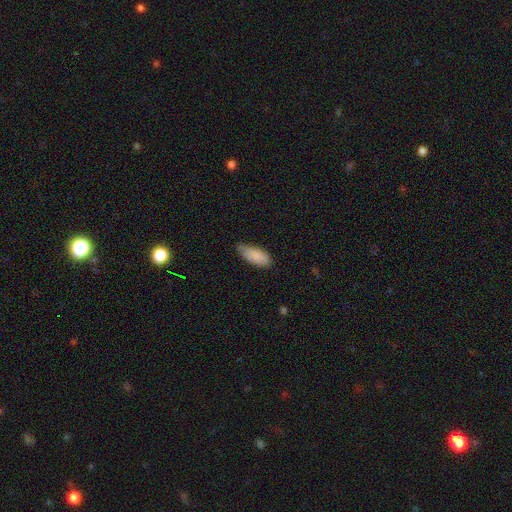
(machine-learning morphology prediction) This is clearly a smooth galaxy (86%). How rounded: clearly in between (86%). Merging: possibly none (53%).